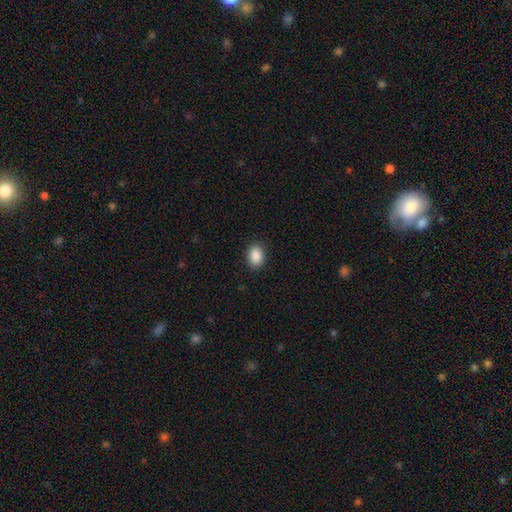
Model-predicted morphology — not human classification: smooth 90%, star or artifact 8%, featured or disk 3%. Down the decision tree: how rounded — in between (80%); merging — none (89%).